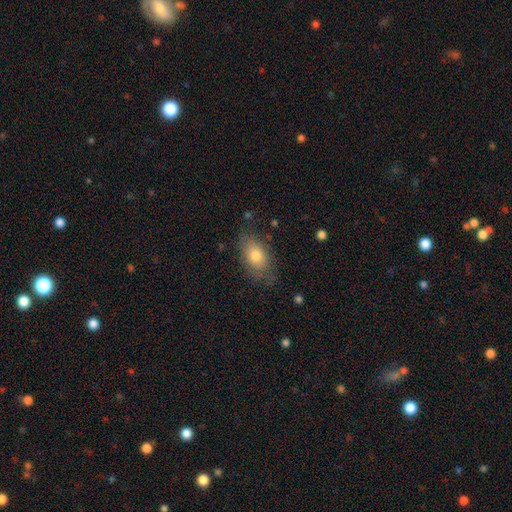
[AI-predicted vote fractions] Smooth or featured? Predicted: smooth (p=0.76). How rounded? Predicted: in between (p=0.85). Merging? Predicted: none (p=0.70).